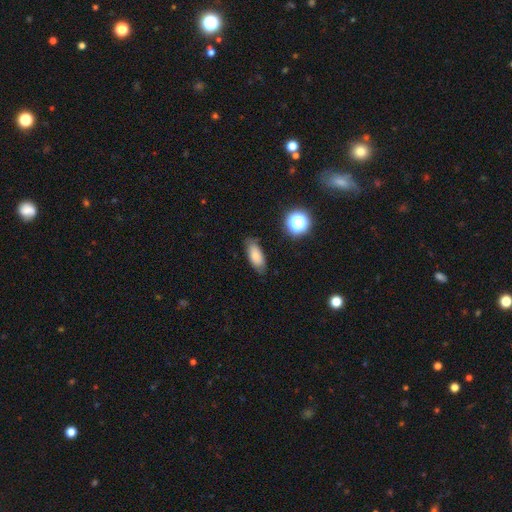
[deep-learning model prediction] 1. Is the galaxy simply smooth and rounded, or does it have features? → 79% smooth, 11% featured or disk, 10% star or artifact.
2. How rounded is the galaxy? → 80% in between, 16% cigar-shaped, 4% round.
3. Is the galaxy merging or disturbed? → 80% none, 15% minor disturbance, 3% major disturbance, 2% merger.